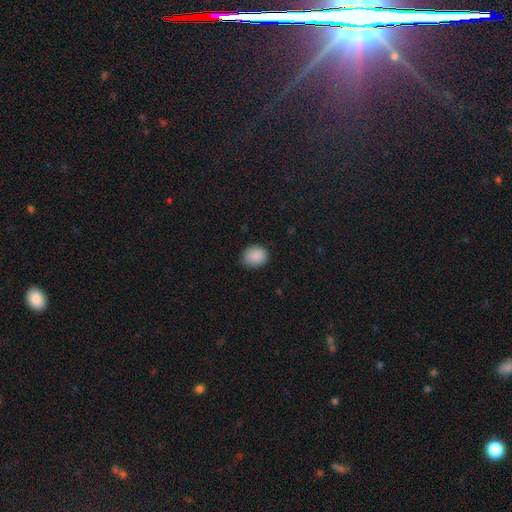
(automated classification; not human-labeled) Smooth or featured: smooth — 88% (star or artifact — 8%)
How rounded: round — 68% (in between — 31%)
Merging: none — 79% (minor disturbance — 17%)